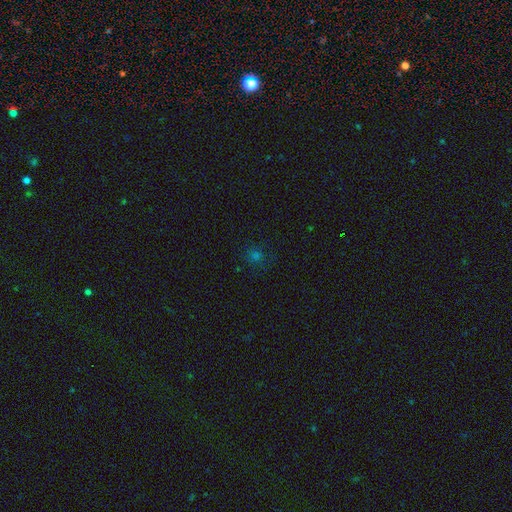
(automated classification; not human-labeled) smooth 51%, star or artifact 40%, featured or disk 9%. Down the decision tree: how rounded — round (88%); merging — none (85%).